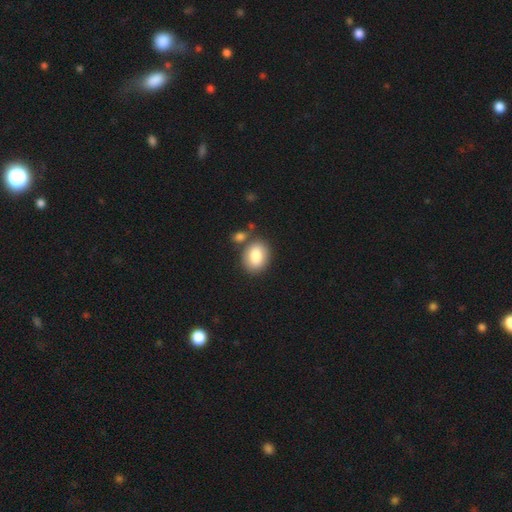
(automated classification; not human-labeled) This appears to be a smooth galaxy with no disk features (84%) that is in between round and cigar-shaped (65%). Merging: none (70%).